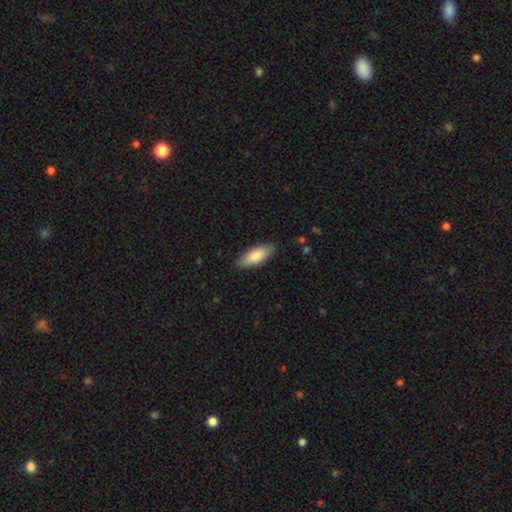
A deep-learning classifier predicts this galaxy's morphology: This appears to be a smooth galaxy with no disk features (82%) that is in between round and cigar-shaped (75%). Merging: none (87%).